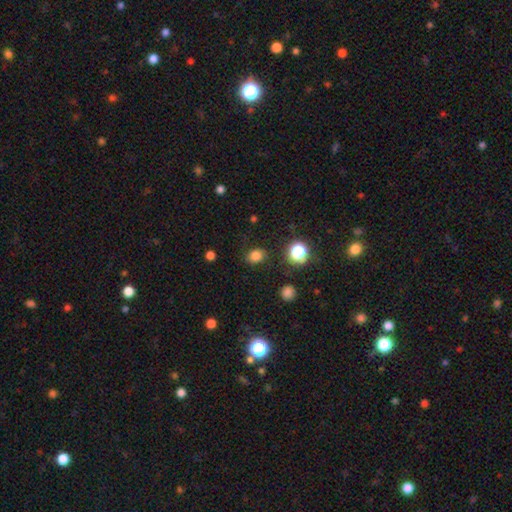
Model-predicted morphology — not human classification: smooth 80%, star or artifact 15%, featured or disk 5%. Down the decision tree: how rounded — round (54%); merging — none (83%).